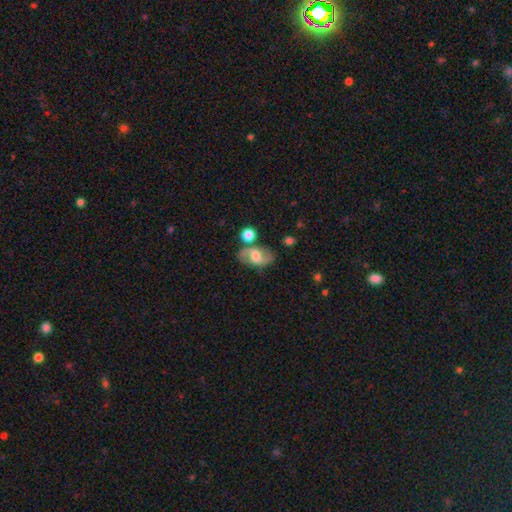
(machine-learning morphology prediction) smooth-or-featured: featured or disk: 61% | smooth: 31% | star or artifact: 8%
  disk-edge-on: no: 94% | yes: 6%
    bar: weak: 45% | no: 39% | strong: 16%
    has-spiral-arms: yes: 81% | no: 19%
    bulge-size: moderate: 51% | large: 26% | small: 16% | none: 5% | dominant: 3%
  merging: none: 68% | minor disturbance: 17% | merger: 9% | major disturbance: 6%